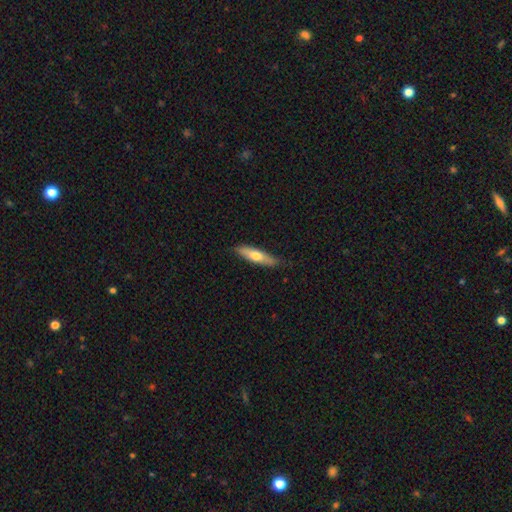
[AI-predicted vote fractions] Overall: smooth (62%; featured or disk 33%). How rounded: cigar-shaped (70%). Merging: none (82%).